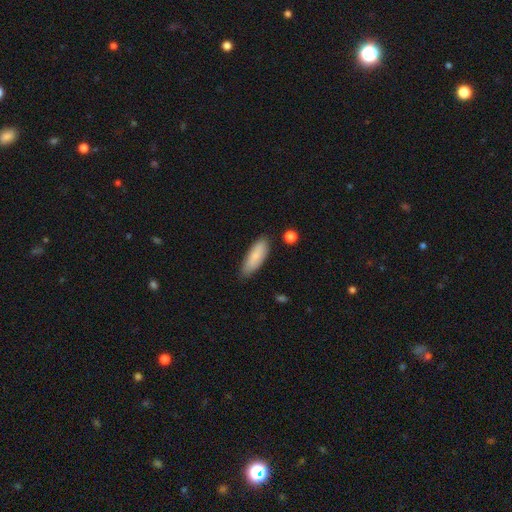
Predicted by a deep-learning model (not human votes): The model was most divided on "how rounded": in between: 62%, cigar-shaped: 36%, round: 2%. More confident: smooth or featured — smooth (81%); merging — none (80%).